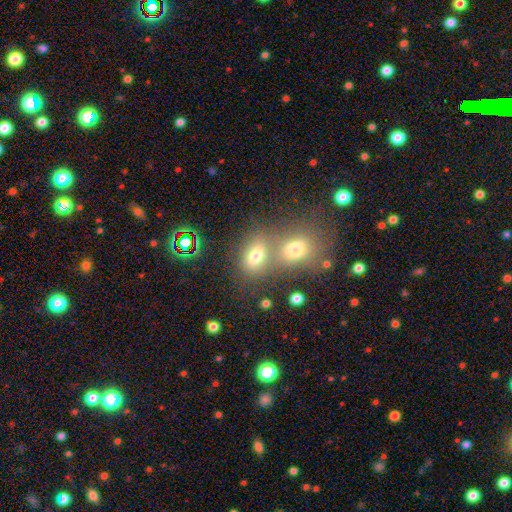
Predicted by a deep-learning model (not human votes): smooth 71%, star or artifact 17%, featured or disk 12%. Down the decision tree: how rounded — in between (65%); merging — merger (44%).